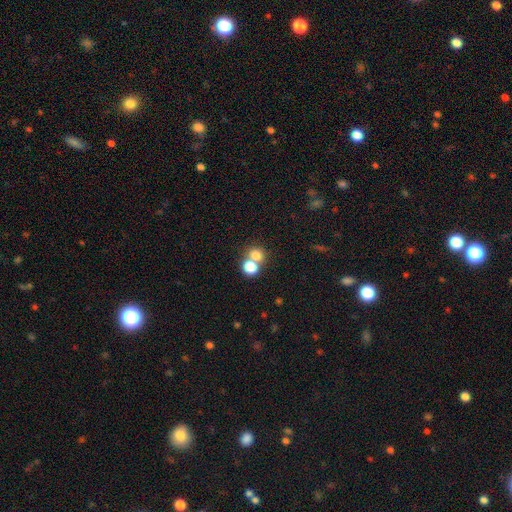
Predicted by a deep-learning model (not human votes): Smooth or featured? Predicted: smooth (p=0.76). How rounded? Predicted: round (p=0.69). Merging? Predicted: merger (p=0.51).